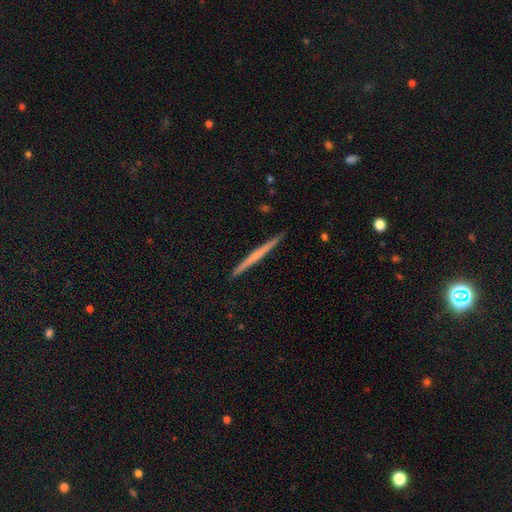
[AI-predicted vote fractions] Morphology: type=featured or disk (54%); edge-on=yes (98%); edge-on bulge=none (81%); merging=none (92%).